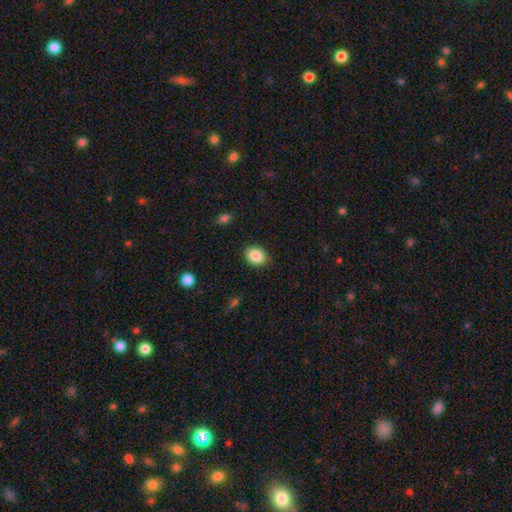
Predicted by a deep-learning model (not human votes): Smooth or featured: smooth — 87% (star or artifact — 8%)
How rounded: in between — 52% (round — 48%)
Merging: none — 87% (minor disturbance — 10%)